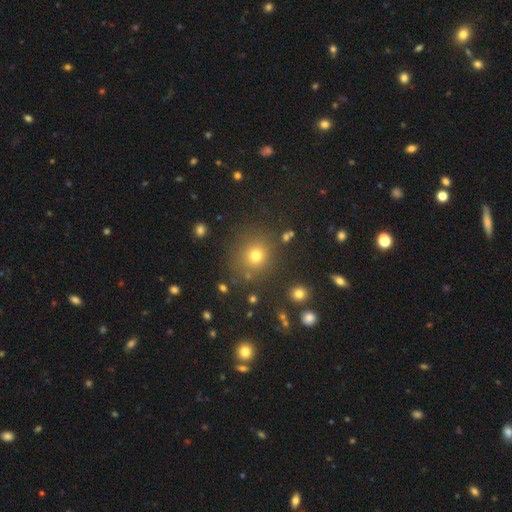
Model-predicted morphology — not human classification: smooth-or-featured: smooth: 73% | star or artifact: 19% | featured or disk: 8%
  how-rounded: round: 89% | in between: 10% | cigar-shaped: 1%
  merging: none: 83% | minor disturbance: 9% | merger: 4% | major disturbance: 4%